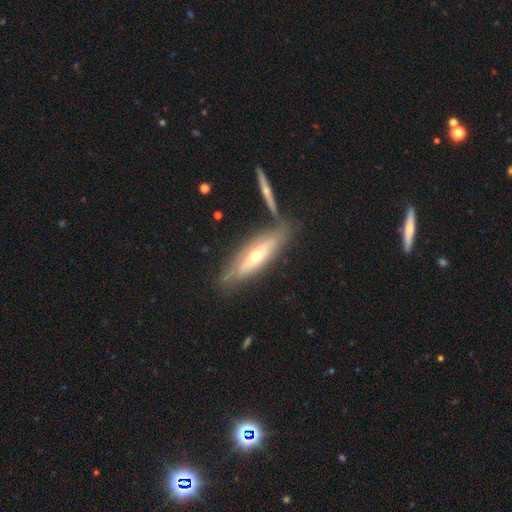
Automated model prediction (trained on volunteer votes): This appears to be a featured or disk galaxy (58%) viewed edge-on (66%). Merging: none (68%).